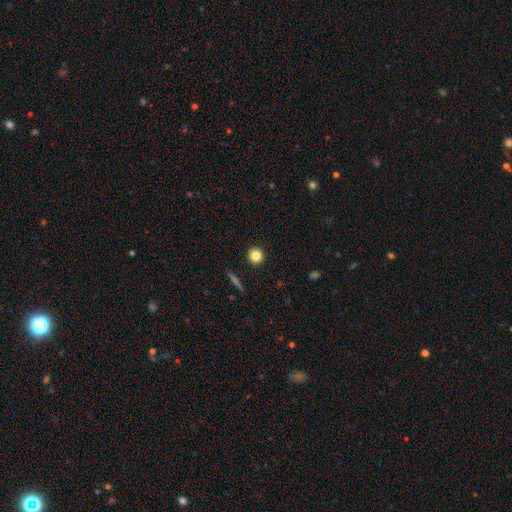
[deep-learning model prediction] smooth_or_featured: smooth (p=0.83) [alt: star or artifact p=0.11]
how_rounded: round (p=0.94) [alt: in between p=0.05]
merging: none (p=0.93) [alt: minor disturbance p=0.05]